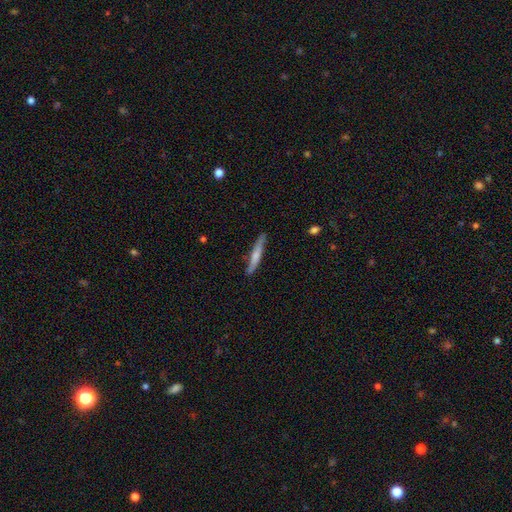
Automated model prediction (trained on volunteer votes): Smooth or featured: smooth — 59% (featured or disk — 36%)
How rounded: cigar-shaped — 94% (in between — 5%)
Merging: none — 81% (minor disturbance — 14%)